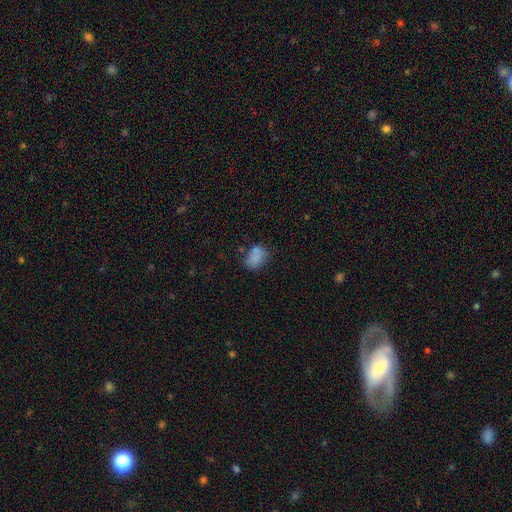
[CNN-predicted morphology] Smooth or featured: smooth — 77% (star or artifact — 12%)
How rounded: in between — 74% (round — 25%)
Merging: none — 57% (minor disturbance — 22%)